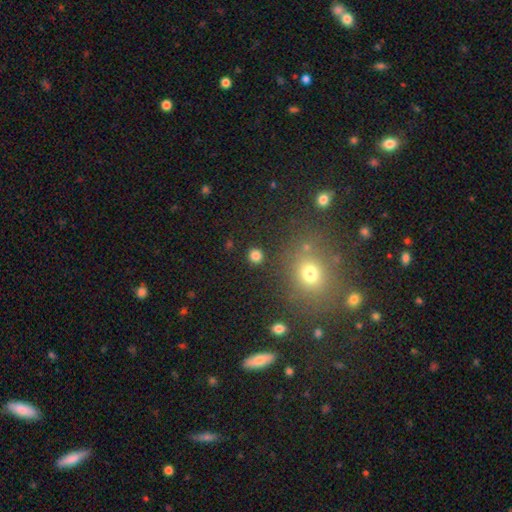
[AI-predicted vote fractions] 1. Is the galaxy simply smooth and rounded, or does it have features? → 81% smooth, 14% star or artifact, 4% featured or disk.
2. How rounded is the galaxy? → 89% round, 10% in between, 1% cigar-shaped.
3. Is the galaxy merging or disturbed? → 89% none, 6% minor disturbance, 3% merger, 3% major disturbance.